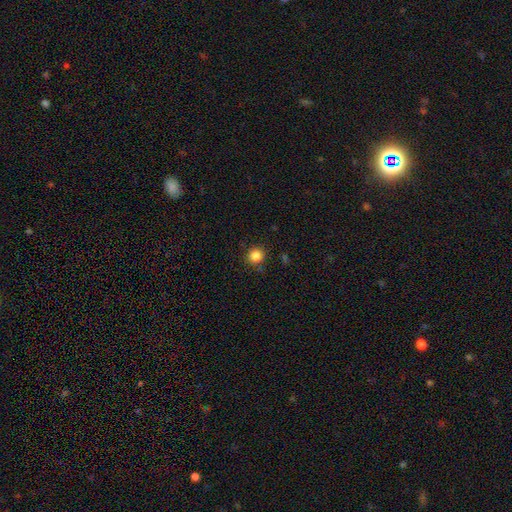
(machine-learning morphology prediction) Overall: smooth (85%). How rounded: round (92%). Merging: none (86%).